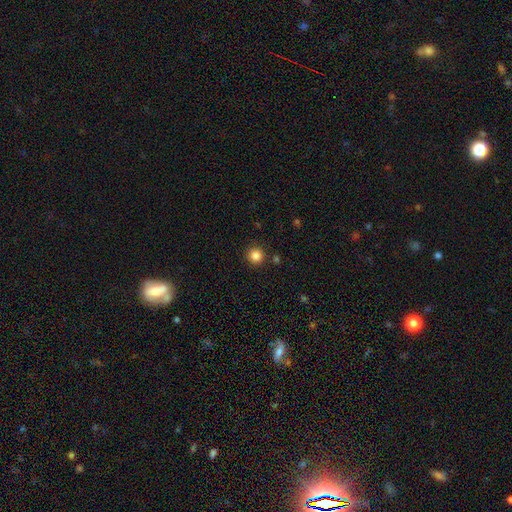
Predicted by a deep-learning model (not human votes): smooth_or_featured: smooth (p=0.85) [alt: star or artifact p=0.12]
how_rounded: round (p=0.95) [alt: in between p=0.04]
merging: none (p=0.90) [alt: minor disturbance p=0.06]